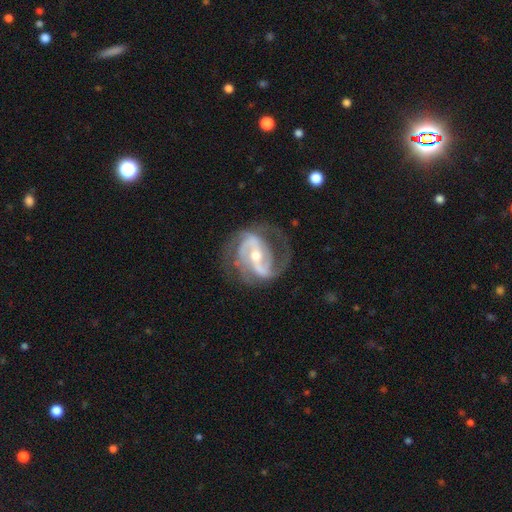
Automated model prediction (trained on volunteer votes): featured or disk 90%, smooth 5%, star or artifact 5%. Down the decision tree: edge-on disk — no (97%); bar — strong (50%); spiral arms — yes (96%); spiral arm count — 2 (66%); spiral winding — medium (49%); bulge size — moderate (56%); merging — none (64%).